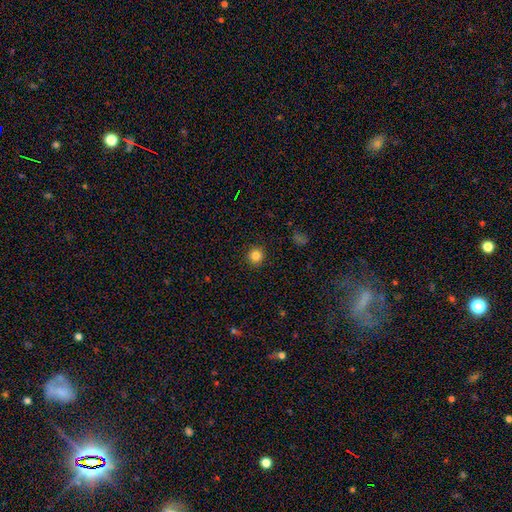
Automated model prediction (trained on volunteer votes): A smooth galaxy with no disk features (84%) that is round (94%). Merging: none (92%).